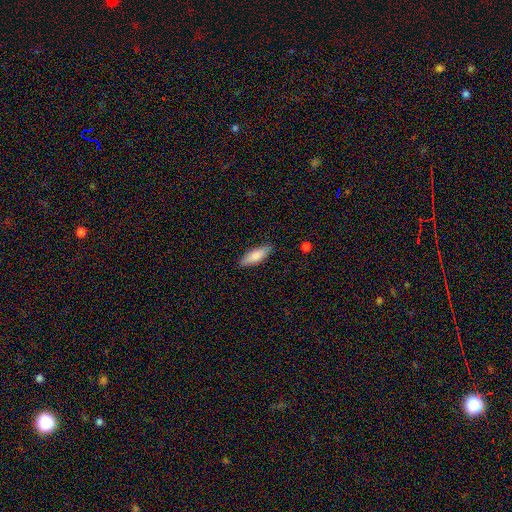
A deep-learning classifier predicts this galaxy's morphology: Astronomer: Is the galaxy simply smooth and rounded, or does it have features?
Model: smooth — 81%.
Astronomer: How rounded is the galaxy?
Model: in between — 54% (runner-up: cigar-shaped, 44%).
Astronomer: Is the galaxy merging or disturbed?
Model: none — 86%.